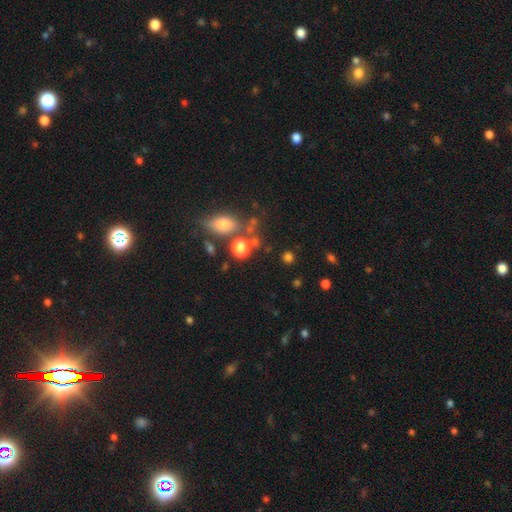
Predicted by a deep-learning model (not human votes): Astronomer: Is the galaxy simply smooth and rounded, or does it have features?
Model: smooth — 52% (runner-up: star or artifact, 34%).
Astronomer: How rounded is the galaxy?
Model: round — 48% (runner-up: in between, 46%).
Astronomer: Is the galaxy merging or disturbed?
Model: none — 61%.